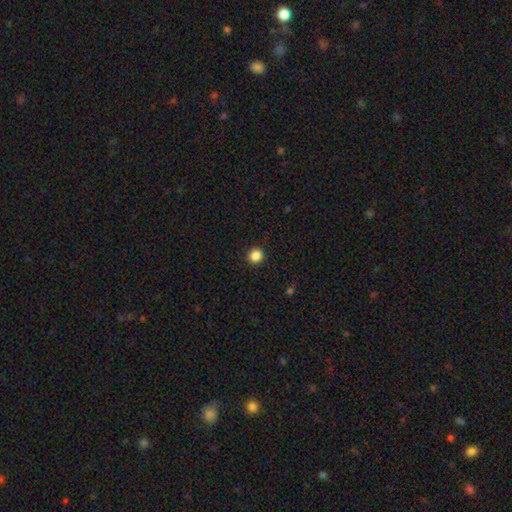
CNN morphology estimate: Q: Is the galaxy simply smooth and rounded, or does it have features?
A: smooth — 87%.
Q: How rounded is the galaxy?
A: round — 93%.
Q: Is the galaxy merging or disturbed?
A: none — 93%.